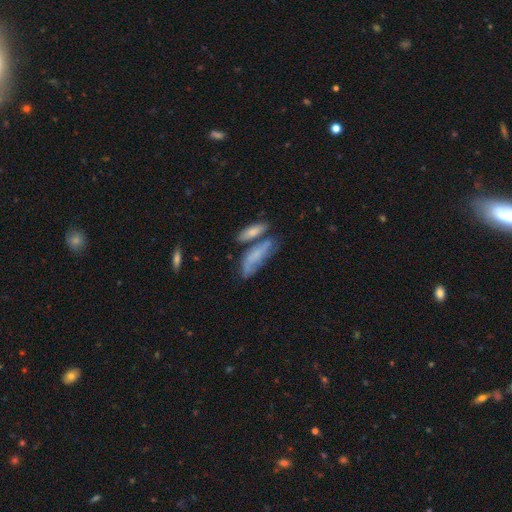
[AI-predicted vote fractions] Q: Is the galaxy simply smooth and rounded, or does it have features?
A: smooth — 54%.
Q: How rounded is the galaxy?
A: in between — 57%.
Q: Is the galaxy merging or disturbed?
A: none — 41%.